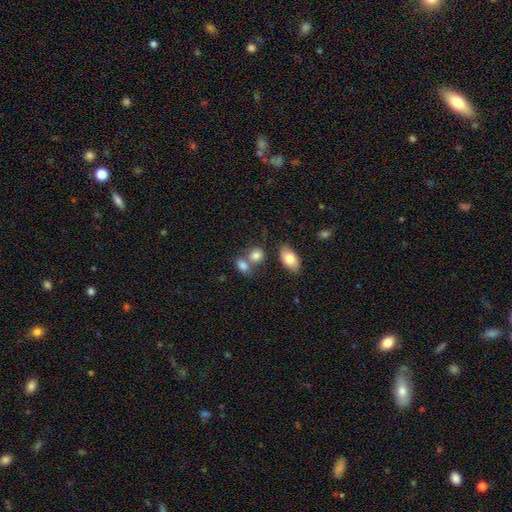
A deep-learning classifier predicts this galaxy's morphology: This appears to be a smooth galaxy with no disk features (82%) that is in between round and cigar-shaped (51%). Merging: none (46%).